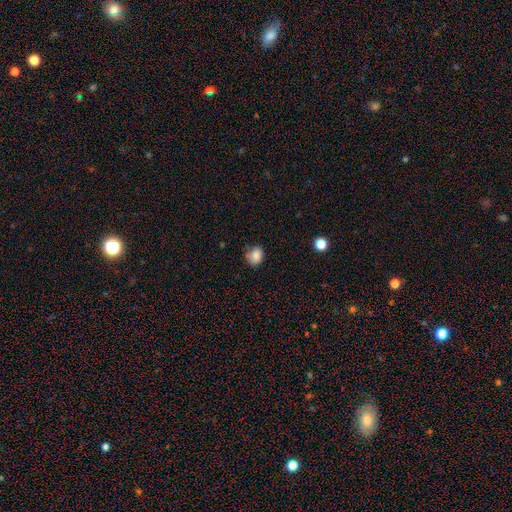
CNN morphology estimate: This is clearly a smooth galaxy (83%). How rounded: possibly round (58%). Merging: likely none (62%).